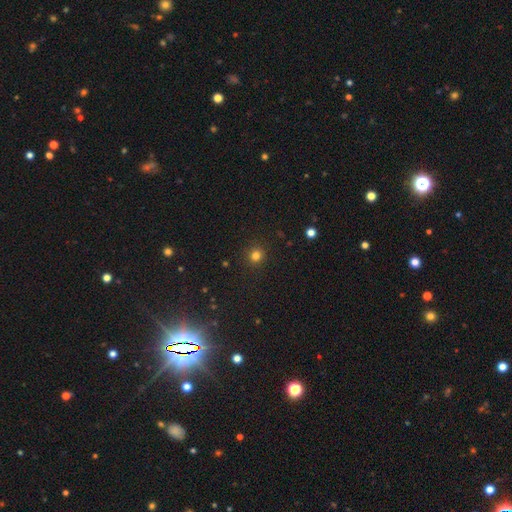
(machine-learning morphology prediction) Smooth or featured: smooth — 81% (star or artifact — 15%)
How rounded: round — 93% (in between — 7%)
Merging: none — 91% (minor disturbance — 6%)